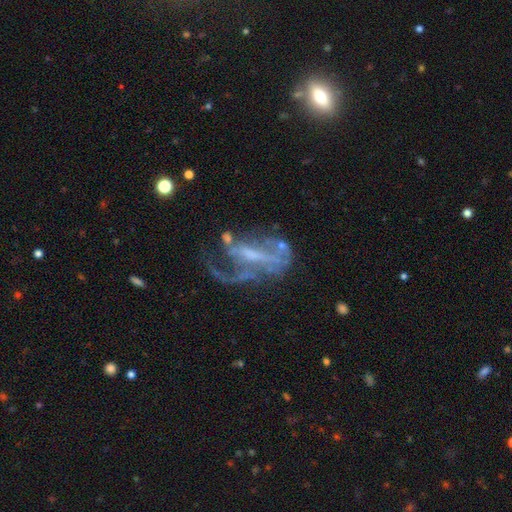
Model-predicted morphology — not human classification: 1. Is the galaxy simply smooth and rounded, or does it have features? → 76% featured or disk, 13% smooth, 11% star or artifact.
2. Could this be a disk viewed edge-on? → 92% no, 8% yes.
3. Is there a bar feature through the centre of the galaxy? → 35% weak, 33% no, 32% strong.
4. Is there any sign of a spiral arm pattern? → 65% yes, 35% no.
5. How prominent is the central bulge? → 37% none, 33% small, 25% moderate, 4% large, 1% dominant.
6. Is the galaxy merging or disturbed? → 44% major disturbance, 31% none, 17% minor disturbance, 8% merger.